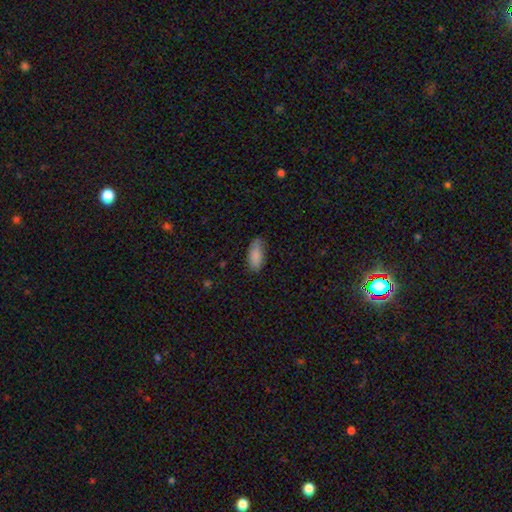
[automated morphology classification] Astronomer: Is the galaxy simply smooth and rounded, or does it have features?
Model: smooth — 86%.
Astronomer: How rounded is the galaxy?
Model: in between — 88%.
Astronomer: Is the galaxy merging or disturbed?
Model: none — 72%.